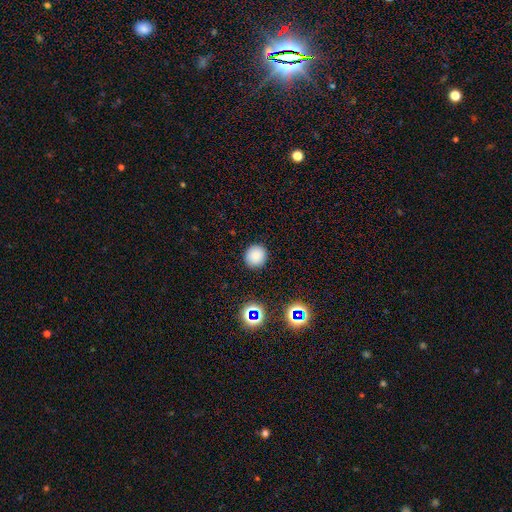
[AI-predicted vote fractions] Q: Smooth or featured?
A: smooth (82%); runner-up: star or artifact (14%)
Q: How rounded?
A: round (90%); runner-up: in between (9%)
Q: Merging?
A: none (90%); runner-up: minor disturbance (6%)